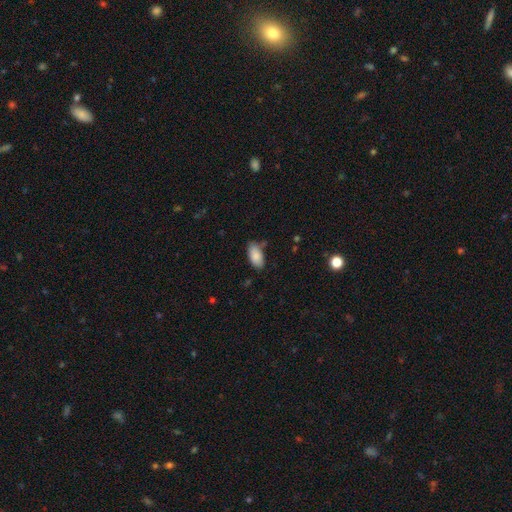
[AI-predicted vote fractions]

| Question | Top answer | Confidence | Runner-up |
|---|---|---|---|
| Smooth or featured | smooth | 87% | star or artifact (7%) |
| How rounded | in between | 93% | cigar-shaped (5%) |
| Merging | none | 71% | minor disturbance (20%) |